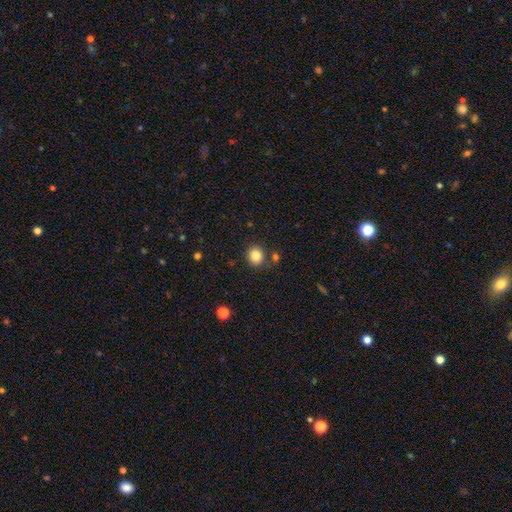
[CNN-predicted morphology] type=smooth (83%); roundness=round (86%); merging=none (82%).